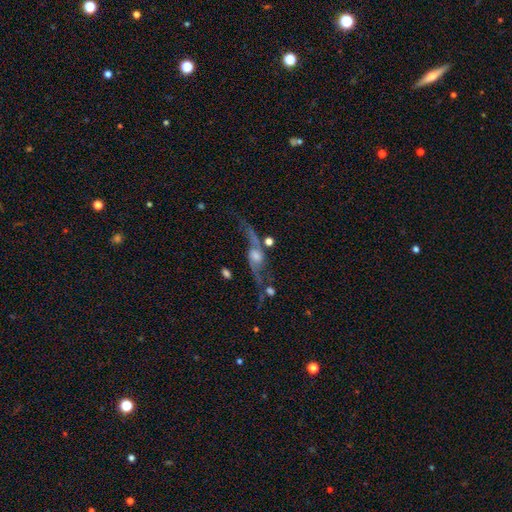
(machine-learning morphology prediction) smooth_or_featured: featured or disk (p=0.78) [alt: smooth p=0.12]
disk_edge_on: no (p=0.67) [alt: yes p=0.33]
bar: no (p=0.62) [alt: weak p=0.28]
has_spiral_arms: yes (p=0.86) [alt: no p=0.14]
bulge_size: moderate (p=0.46) [alt: small p=0.29]
merging: none (p=0.50) [alt: minor disturbance p=0.19]